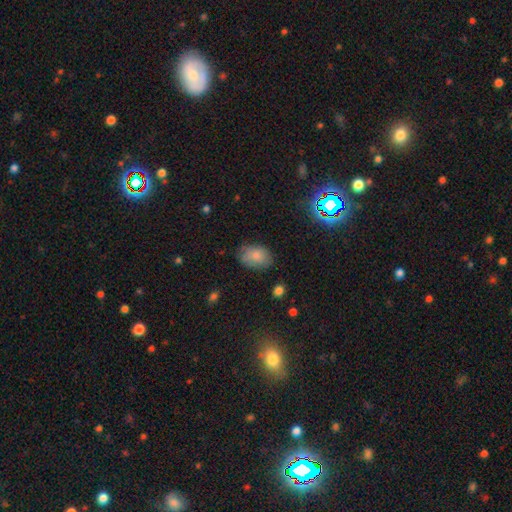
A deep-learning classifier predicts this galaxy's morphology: The model was most divided on "merging": none: 75%, minor disturbance: 19%, major disturbance: 4%, merger: 2%. More confident: how rounded — in between (82%); smooth or featured — smooth (81%).